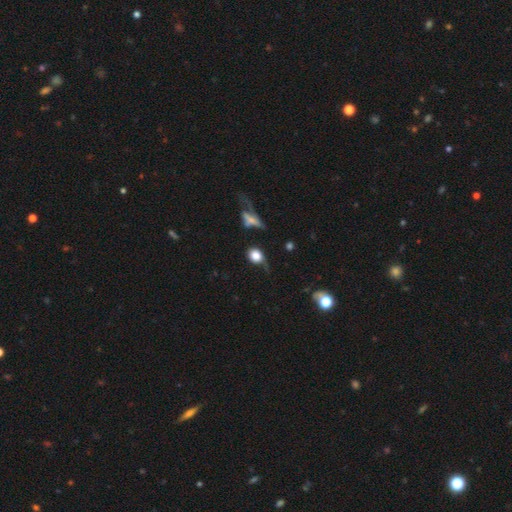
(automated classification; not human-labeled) Smooth or featured? smooth (74%)
How rounded? round (70%)
Merging? none (42%)